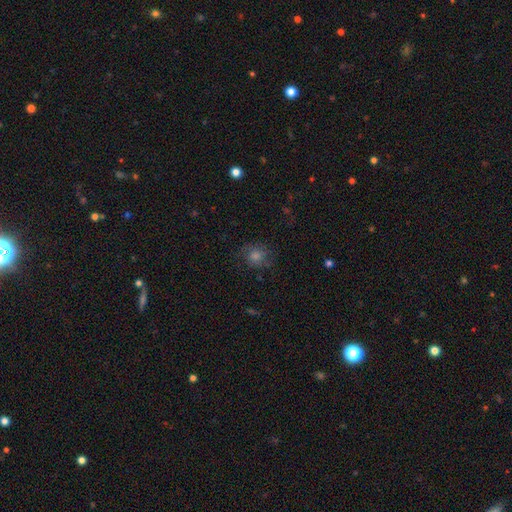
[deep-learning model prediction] A smooth galaxy with no disk features (49%). Merging: none (72%).